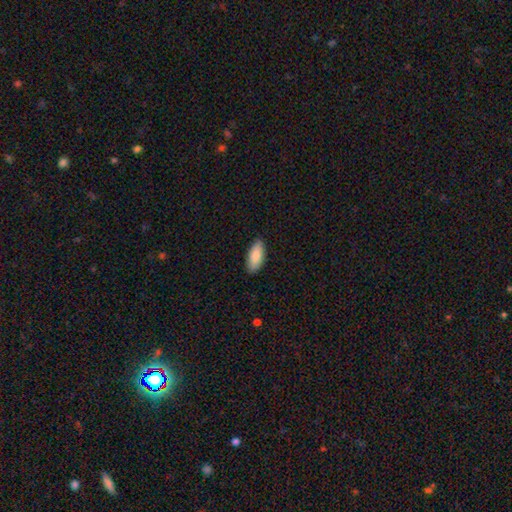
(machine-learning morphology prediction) A smooth galaxy with no disk features (89%) that is in between round and cigar-shaped (86%).

Vote fractions:
- Smooth or featured? smooth: 89% / featured or disk: 6% / star or artifact: 5%
- How rounded? in between: 86% / cigar-shaped: 12% / round: 2%
- Merging? none: 88% / minor disturbance: 10% / major disturbance: 2% / merger: 1%